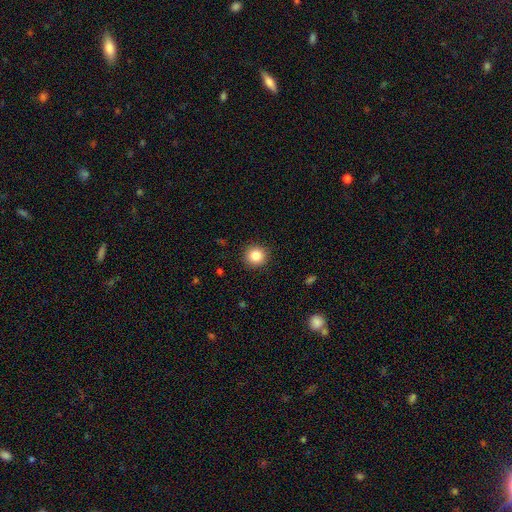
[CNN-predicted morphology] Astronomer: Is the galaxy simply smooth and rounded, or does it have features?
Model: smooth — 85%.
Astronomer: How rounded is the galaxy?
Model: round — 93%.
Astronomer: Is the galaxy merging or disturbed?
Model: none — 91%.